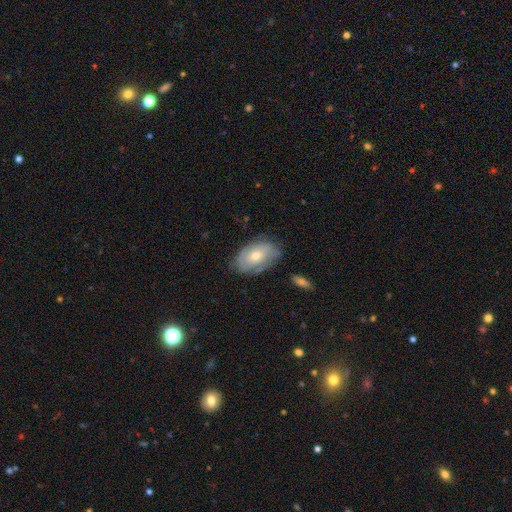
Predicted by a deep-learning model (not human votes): featured or disk 61%, smooth 32%, star or artifact 6%. Down the decision tree: edge-on disk — no (94%); bar — no (73%); spiral arms — yes (73%); bulge size — moderate (57%); merging — none (70%).